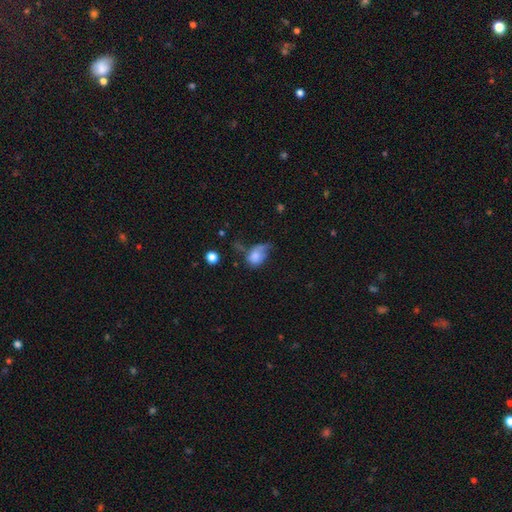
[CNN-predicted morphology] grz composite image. It shows a smooth galaxy with no disk features (69%) that is in between round and cigar-shaped (70%). Merging: major disturbance (34%).